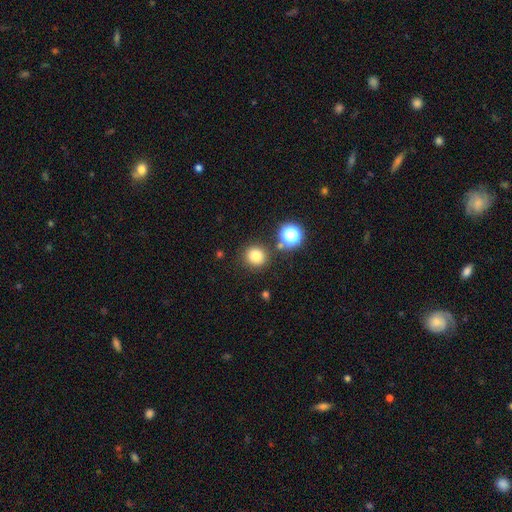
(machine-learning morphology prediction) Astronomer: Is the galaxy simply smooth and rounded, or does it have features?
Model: smooth — 80%.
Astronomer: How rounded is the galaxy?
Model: round — 87%.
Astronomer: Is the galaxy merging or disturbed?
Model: none — 83%.